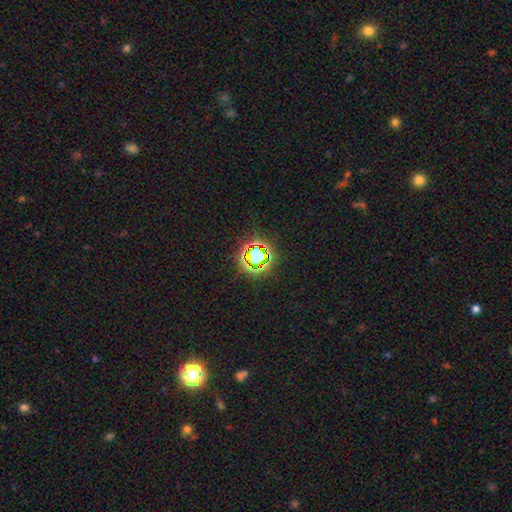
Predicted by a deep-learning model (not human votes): A star or artifact, not a galaxy (68%).

Vote fractions:
- Smooth or featured? star or artifact: 68% / smooth: 20% / featured or disk: 11%